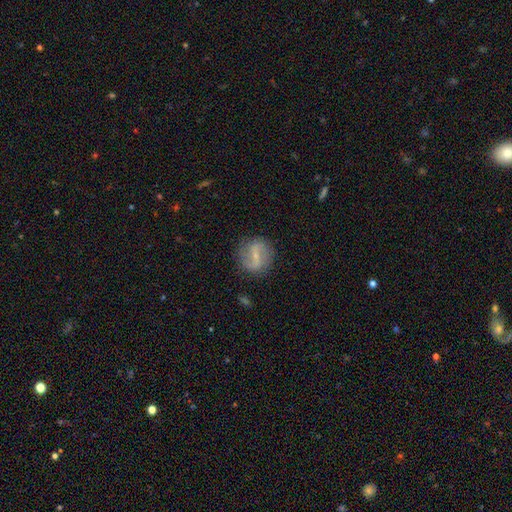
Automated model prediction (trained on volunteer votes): Smooth or featured? Predicted: featured or disk (p=0.72). Edge-on disk? Predicted: no (p=0.96). Bar? Predicted: weak (p=0.43). Spiral arms? Predicted: yes (p=0.85). Spiral winding? Predicted: loose (p=0.50). Spiral arm count? Predicted: 2 (p=0.88). Bulge size? Predicted: small (p=0.67). Merging? Predicted: none (p=0.82).